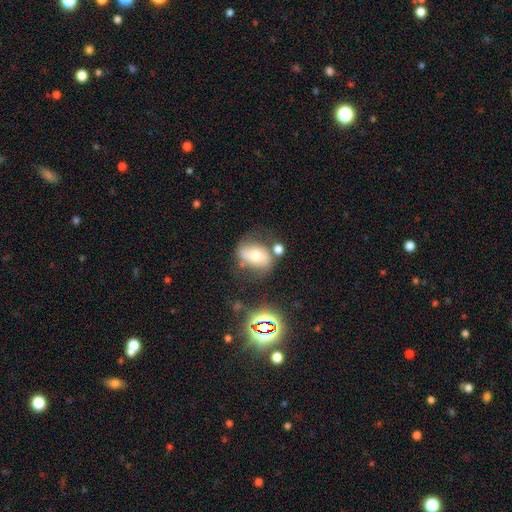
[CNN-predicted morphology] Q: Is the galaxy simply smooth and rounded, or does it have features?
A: smooth — 45%.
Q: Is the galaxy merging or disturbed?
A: none — 53%.